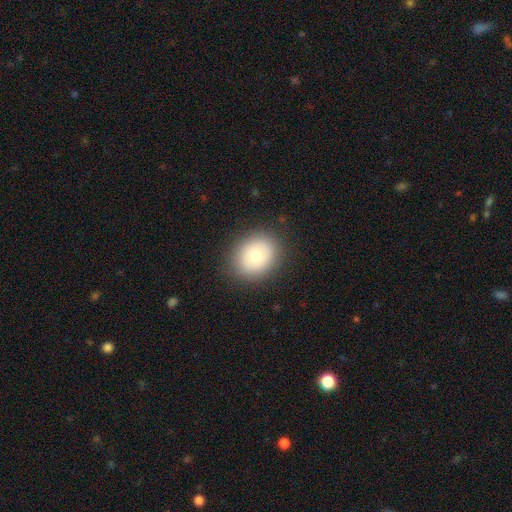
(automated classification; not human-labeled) This is likely a smooth galaxy (71%). How rounded: likely round (62%). Merging: clearly none (87%).